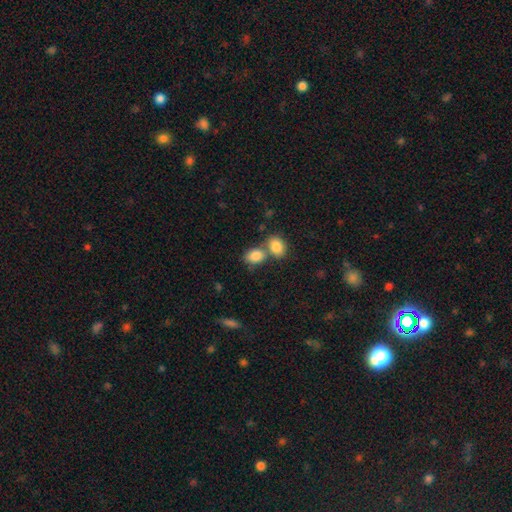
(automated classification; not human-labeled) This appears to be a smooth galaxy with no disk features (85%) that is in between round and cigar-shaped (74%). Merging: merger (50%).